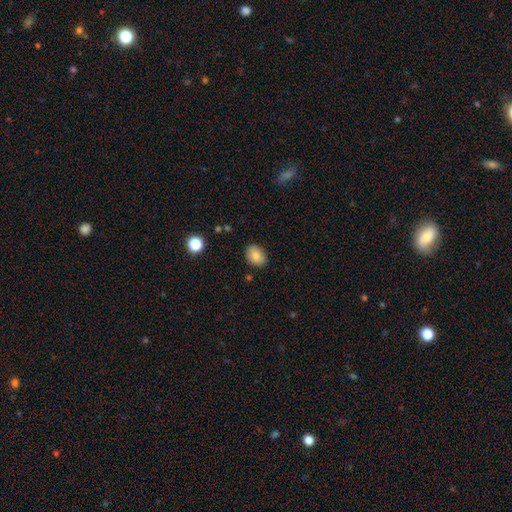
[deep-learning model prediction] Smooth or featured? Predicted: smooth (p=0.84). How rounded? Predicted: in between (p=0.68). Merging? Predicted: none (p=0.83).